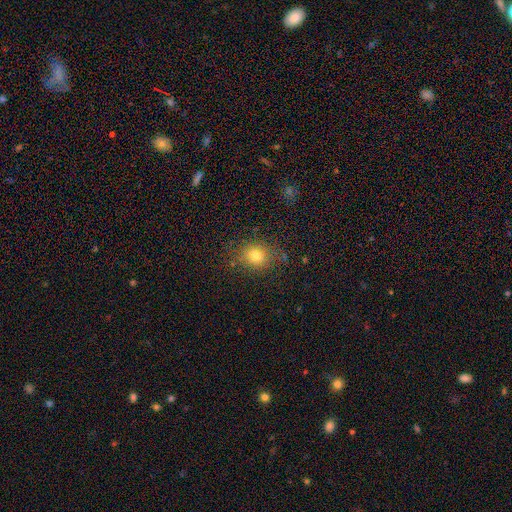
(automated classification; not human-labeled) Morphology: type=smooth (77%); roundness=round (69%); merging=none (82%).